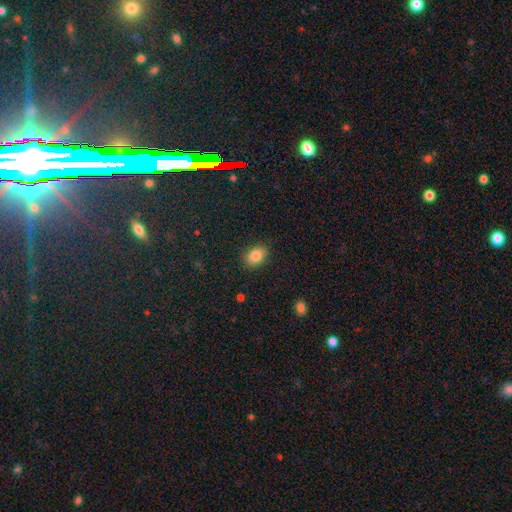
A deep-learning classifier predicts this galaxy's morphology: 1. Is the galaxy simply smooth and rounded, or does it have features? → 85% smooth, 9% star or artifact, 6% featured or disk.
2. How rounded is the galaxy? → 78% in between, 21% round, 1% cigar-shaped.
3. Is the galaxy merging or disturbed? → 86% none, 10% minor disturbance, 3% major disturbance, 1% merger.